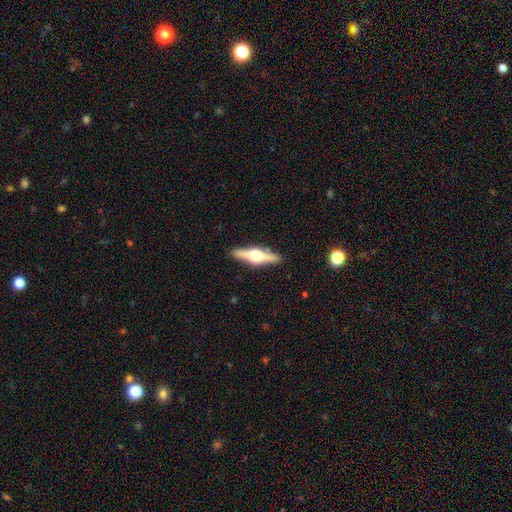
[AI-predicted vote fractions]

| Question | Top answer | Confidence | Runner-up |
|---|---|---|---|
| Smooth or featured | featured or disk | 71% | smooth (23%) |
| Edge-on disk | yes | 97% | no (3%) |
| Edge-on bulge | rounded | 95% | boxy (4%) |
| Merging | none | 90% | minor disturbance (7%) |